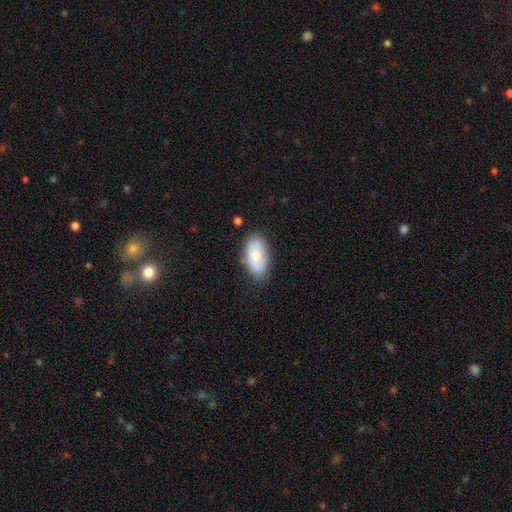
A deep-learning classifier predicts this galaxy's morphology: smooth-or-featured: smooth: 67% | featured or disk: 26% | star or artifact: 7%
  how-rounded: in between: 93% | round: 5% | cigar-shaped: 3%
  merging: none: 76% | minor disturbance: 18% | major disturbance: 4% | merger: 2%